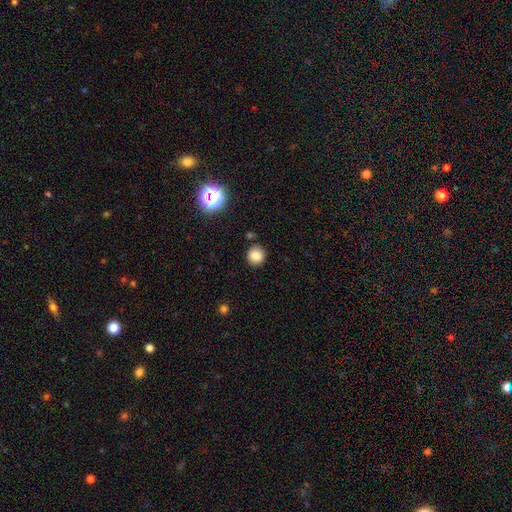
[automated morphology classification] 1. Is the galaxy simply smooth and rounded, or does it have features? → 83% smooth, 11% star or artifact, 5% featured or disk.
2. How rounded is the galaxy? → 89% round, 10% in between, 1% cigar-shaped.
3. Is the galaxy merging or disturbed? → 86% none, 9% minor disturbance, 3% merger, 2% major disturbance.